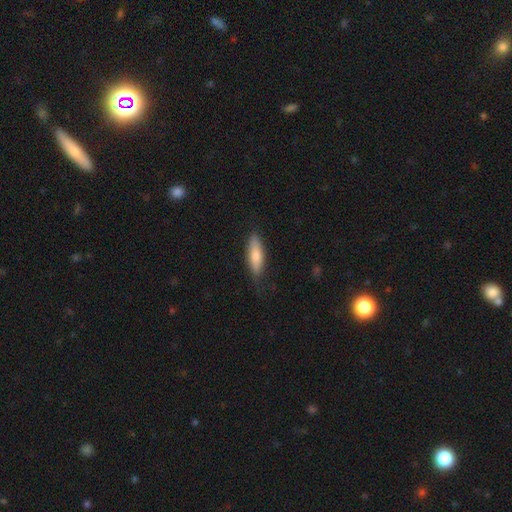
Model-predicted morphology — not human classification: Smooth or featured: smooth — 79% (featured or disk — 16%)
How rounded: cigar-shaped — 52% (in between — 46%)
Merging: none — 76% (minor disturbance — 19%)